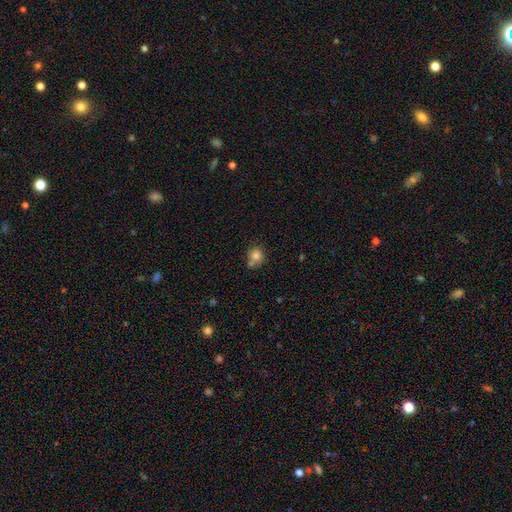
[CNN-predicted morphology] Smooth or featured: smooth — 82% (star or artifact — 11%)
How rounded: round — 85% (in between — 14%)
Merging: none — 57% (merger — 26%)